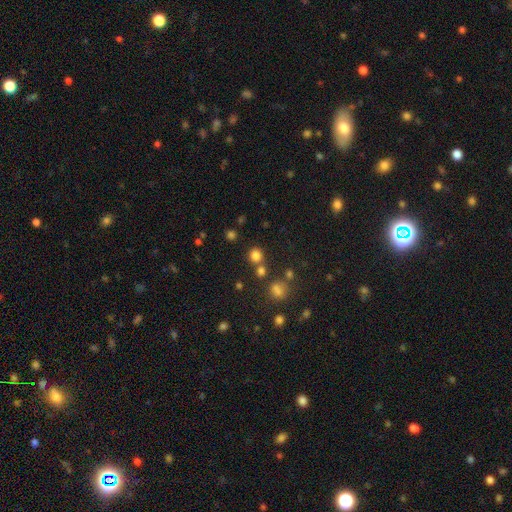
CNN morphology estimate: A smooth galaxy with no disk features (76%) that is round (86%).

Vote fractions:
- Smooth or featured? smooth: 76% / star or artifact: 18% / featured or disk: 6%
- How rounded? round: 86% / in between: 13% / cigar-shaped: 1%
- Merging? none: 70% / merger: 17% / minor disturbance: 9% / major disturbance: 4%